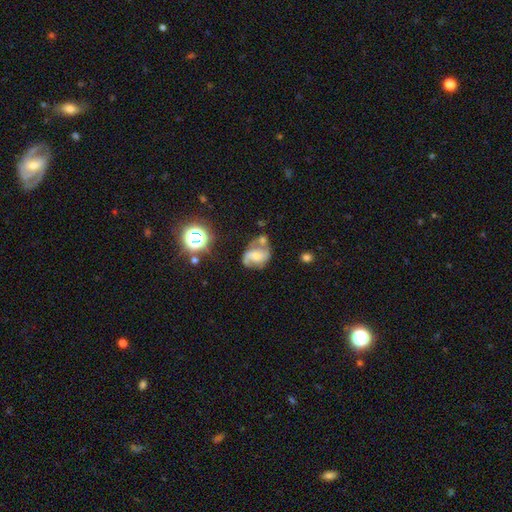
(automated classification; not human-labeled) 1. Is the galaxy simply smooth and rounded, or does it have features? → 65% featured or disk, 24% smooth, 12% star or artifact.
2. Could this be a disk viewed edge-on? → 97% no, 3% yes.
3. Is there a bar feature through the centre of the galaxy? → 52% no, 35% weak, 13% strong.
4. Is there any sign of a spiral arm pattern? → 85% yes, 15% no.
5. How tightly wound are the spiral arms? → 47% medium, 32% loose, 21% tight.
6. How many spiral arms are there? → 78% 2, 10% can't tell, 7% 1, 3% 3, 1% 4, 1% more than 4.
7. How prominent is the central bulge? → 30% moderate, 27% small, 26% none, 14% large, 3% dominant.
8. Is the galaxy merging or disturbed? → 40% none, 23% minor disturbance, 18% merger, 18% major disturbance.